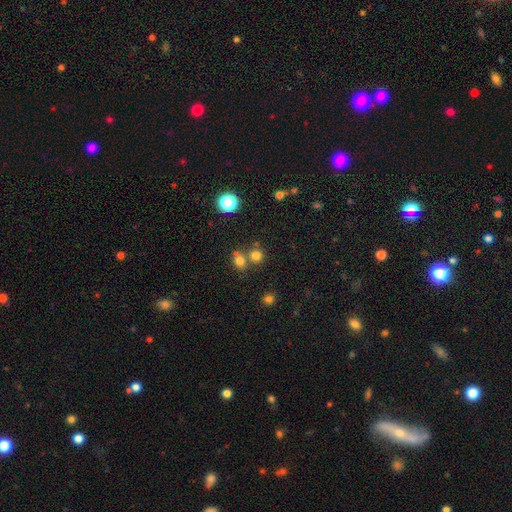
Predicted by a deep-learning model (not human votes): Smooth or featured? Predicted: smooth (p=0.77). How rounded? Predicted: round (p=0.84). Merging? Predicted: none (p=0.61).